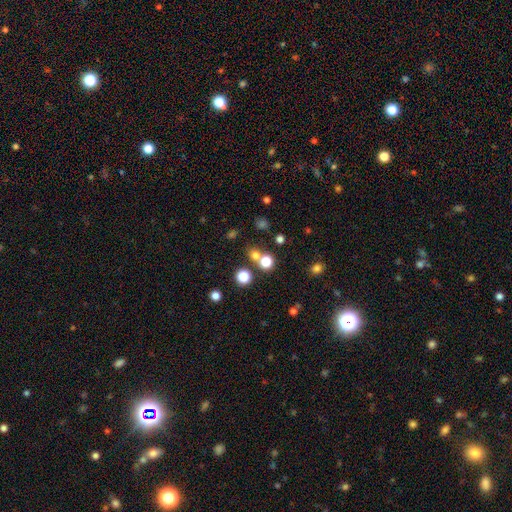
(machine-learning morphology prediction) A smooth galaxy with no disk features (67%) that is round (86%).

Vote fractions:
- Smooth or featured? smooth: 67% / star or artifact: 25% / featured or disk: 8%
- How rounded? round: 86% / in between: 13% / cigar-shaped: 1%
- Merging? none: 65% / merger: 24% / minor disturbance: 7% / major disturbance: 4%